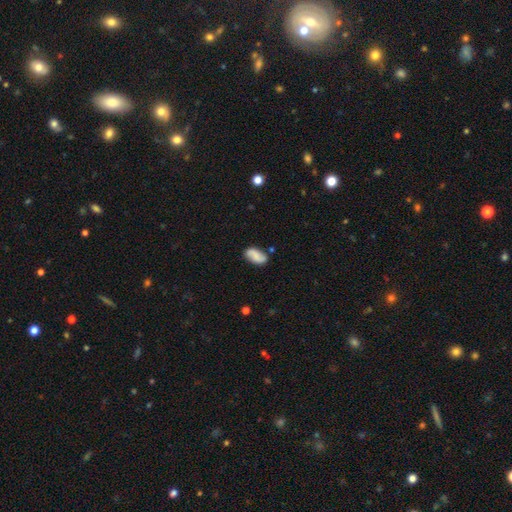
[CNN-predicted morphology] type=smooth (59%); roundness=in between (92%); merging=none (74%).